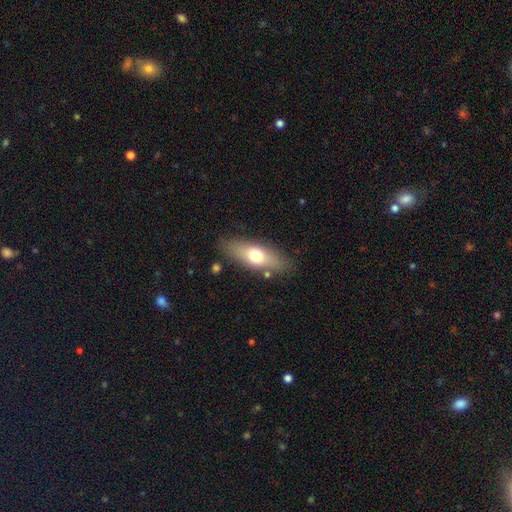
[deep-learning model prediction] This appears to be a smooth galaxy with no disk features (64%) that is in between round and cigar-shaped (66%). Merging: none (81%).